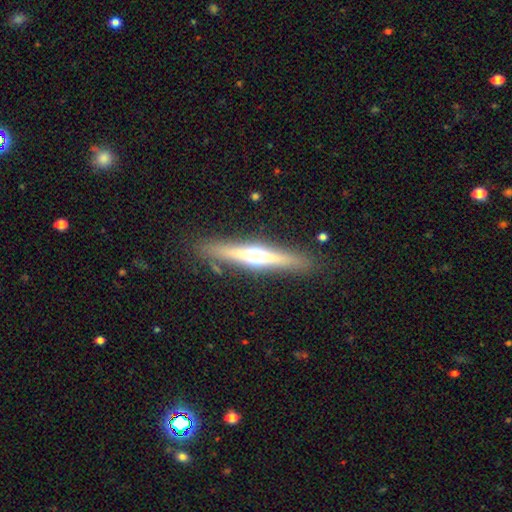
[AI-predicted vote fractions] featured or disk 64%, smooth 28%, star or artifact 8%. Down the decision tree: edge-on disk — yes (94%); edge-on bulge — rounded (94%); merging — none (87%).